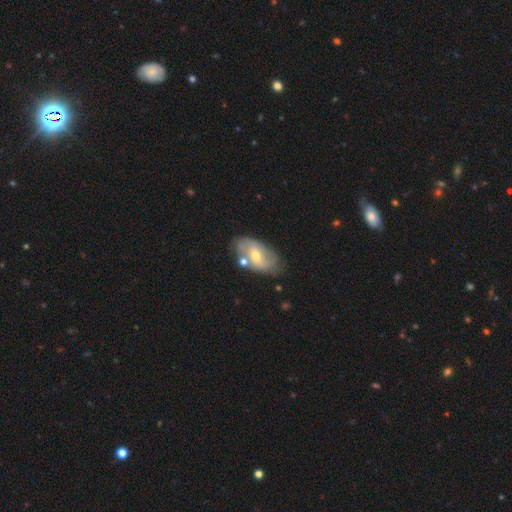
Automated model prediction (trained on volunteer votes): Smooth or featured? Predicted: featured or disk (p=0.65). Edge-on disk? Predicted: no (p=0.94). Bar? Predicted: no (p=0.45). Spiral arms? Predicted: yes (p=0.77). Bulge size? Predicted: moderate (p=0.49). Merging? Predicted: none (p=0.66).